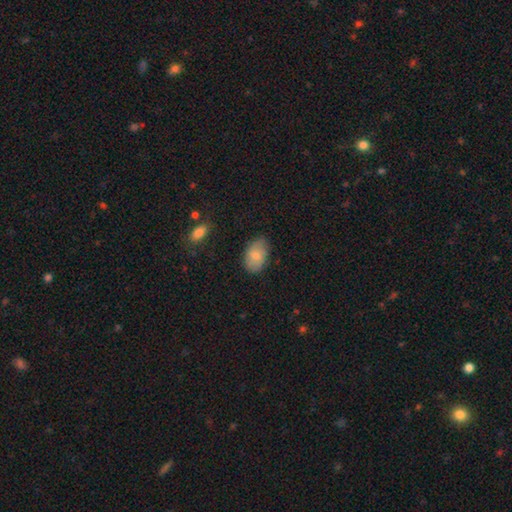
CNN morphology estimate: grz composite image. It shows a smooth galaxy with no disk features (75%) that is in between round and cigar-shaped (88%). Merging: none (73%).